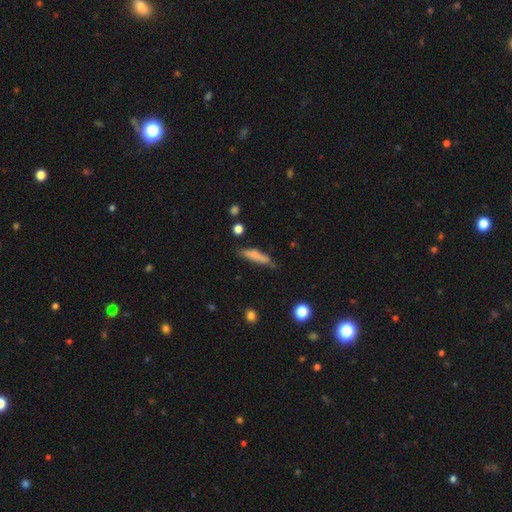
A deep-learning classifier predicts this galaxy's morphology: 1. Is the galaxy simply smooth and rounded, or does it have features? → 77% smooth, 16% featured or disk, 7% star or artifact.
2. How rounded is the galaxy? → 79% cigar-shaped, 19% in between, 2% round.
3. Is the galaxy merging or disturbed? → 68% none, 23% minor disturbance, 5% major disturbance, 4% merger.